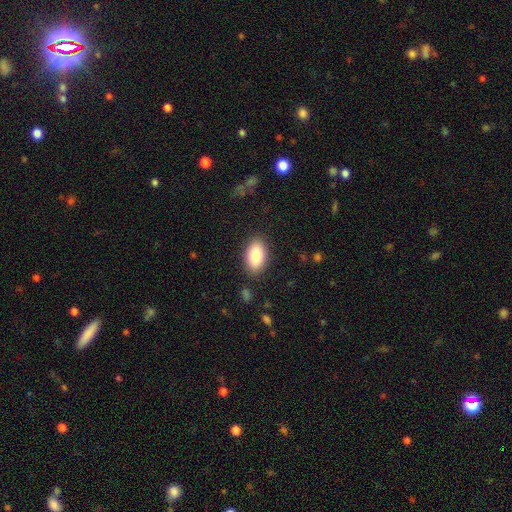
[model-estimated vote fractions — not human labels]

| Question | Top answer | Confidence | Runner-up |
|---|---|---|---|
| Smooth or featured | smooth | 85% | featured or disk (9%) |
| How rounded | in between | 93% | round (6%) |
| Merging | none | 87% | minor disturbance (9%) |